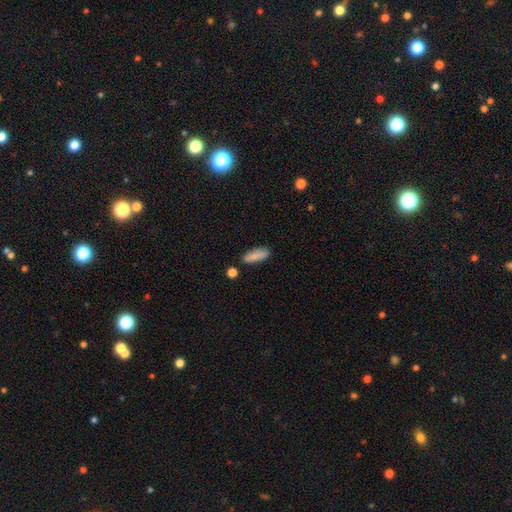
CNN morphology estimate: Overall: smooth (85%). How rounded: in between (64%; cigar-shaped 34%). Merging: none (78%).